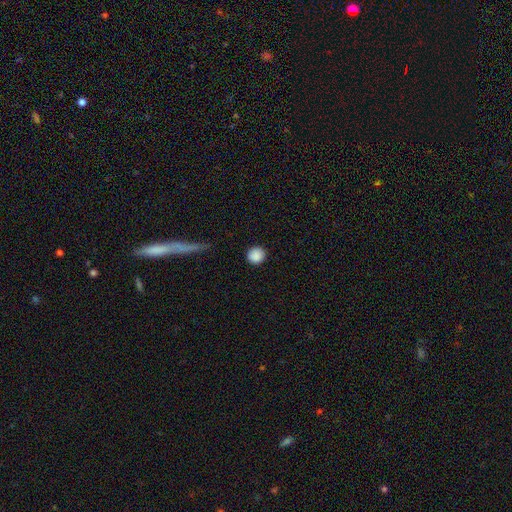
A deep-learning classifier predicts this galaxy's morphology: This is clearly a smooth galaxy (89%). How rounded: clearly round (93%). Merging: clearly none (89%).